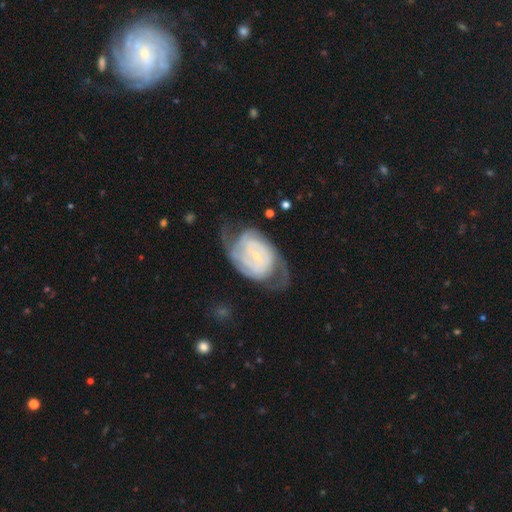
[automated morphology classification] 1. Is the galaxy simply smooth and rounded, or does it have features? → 86% featured or disk, 9% smooth, 5% star or artifact.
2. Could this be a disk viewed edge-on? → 97% no, 3% yes.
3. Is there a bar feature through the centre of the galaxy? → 62% no, 30% weak, 9% strong.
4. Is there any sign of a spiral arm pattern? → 96% yes, 4% no.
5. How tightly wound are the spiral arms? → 57% tight, 33% medium, 10% loose.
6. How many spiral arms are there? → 56% 2, 18% can't tell, 13% 3, 5% 4, 4% 1, 4% more than 4.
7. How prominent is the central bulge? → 78% small, 16% moderate, 3% none, 2% large, 1% dominant.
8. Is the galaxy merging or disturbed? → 62% none, 20% minor disturbance, 16% major disturbance, 2% merger.